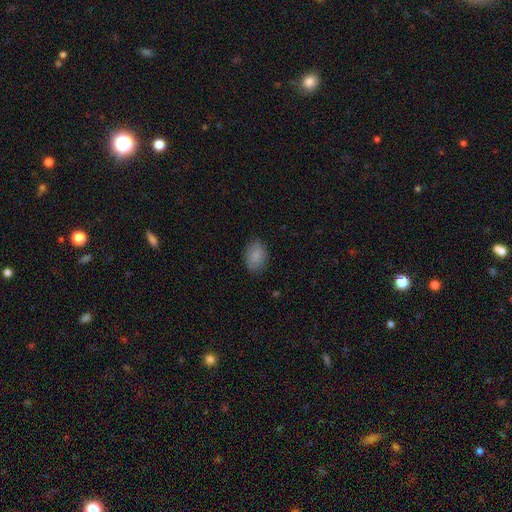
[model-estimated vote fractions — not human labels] smooth_or_featured: smooth (p=0.87) [alt: star or artifact p=0.07]
how_rounded: in between (p=0.81) [alt: round p=0.18]
merging: none (p=0.83) [alt: minor disturbance p=0.13]